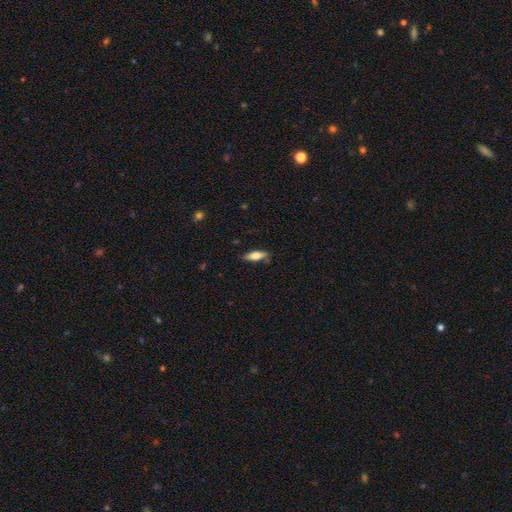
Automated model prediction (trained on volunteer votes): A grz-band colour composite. It shows a smooth galaxy with no disk features (64%) that is cigar-shaped (53%). Merging: none (79%).